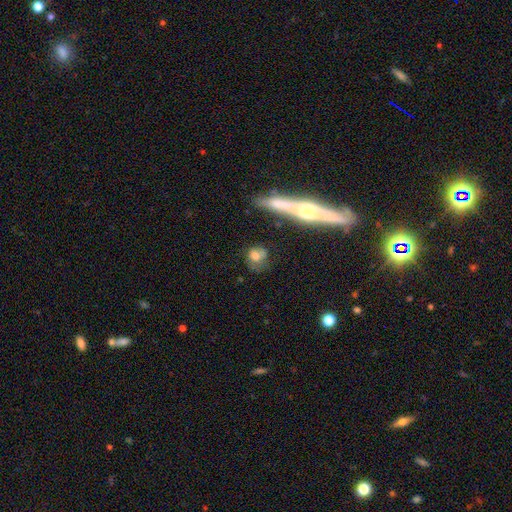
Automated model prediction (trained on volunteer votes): This is likely a smooth galaxy (67%). How rounded: likely round (63%). Merging: possibly none (54%).